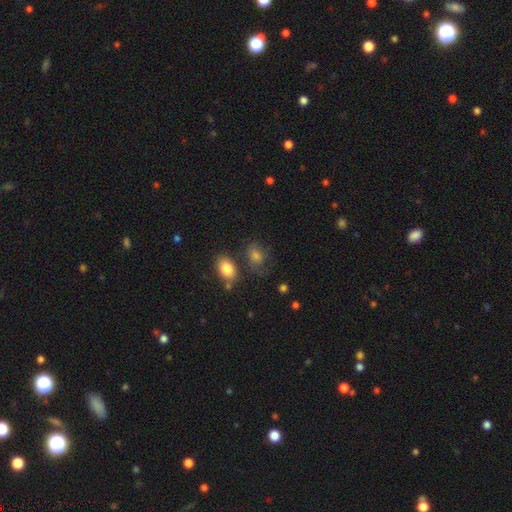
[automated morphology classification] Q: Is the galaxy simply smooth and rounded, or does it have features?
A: smooth — 72%.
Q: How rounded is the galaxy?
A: in between — 70%.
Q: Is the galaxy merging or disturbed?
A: none — 56%.